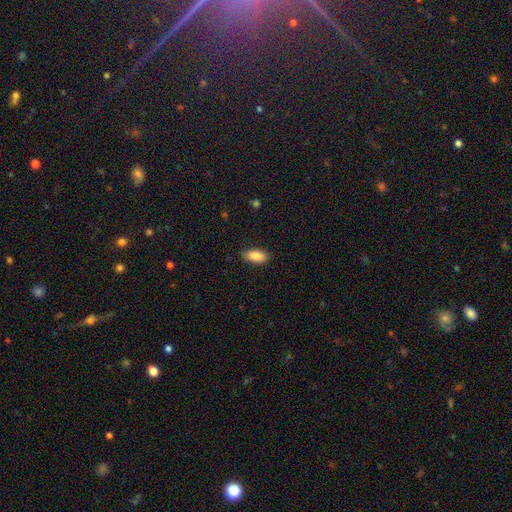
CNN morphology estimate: Smooth or featured: smooth — 87% (star or artifact — 7%)
How rounded: in between — 89% (cigar-shaped — 9%)
Merging: none — 87% (minor disturbance — 10%)